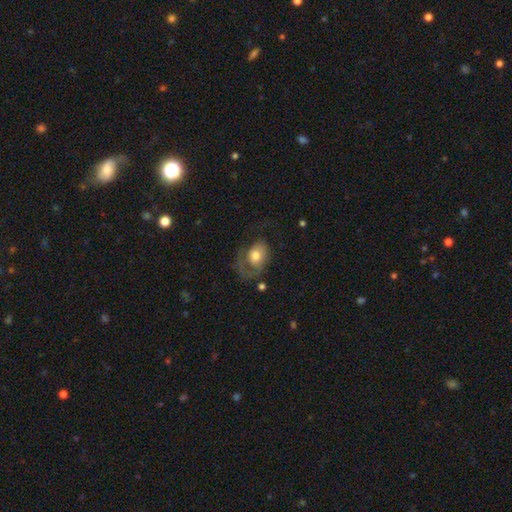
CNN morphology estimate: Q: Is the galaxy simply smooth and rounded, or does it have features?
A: smooth — 58%.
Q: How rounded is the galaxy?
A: in between — 71%.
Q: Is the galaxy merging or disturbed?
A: major disturbance — 47%.